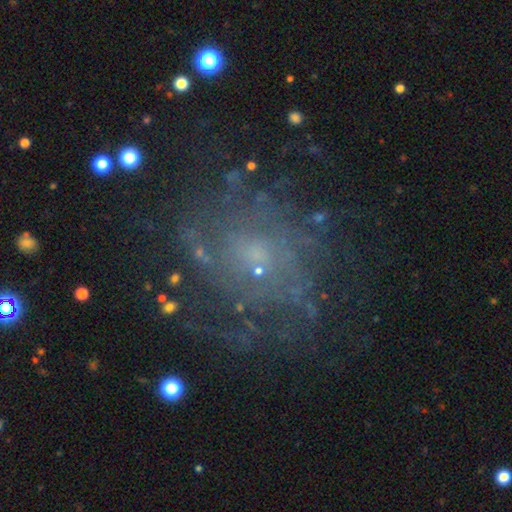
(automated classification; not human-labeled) Overall: featured or disk (64%). Edge-on disk: no (97%). Bar: no (76%). Spiral arms: yes (72%). Bulge size: small (68%). Merging: none (70%).